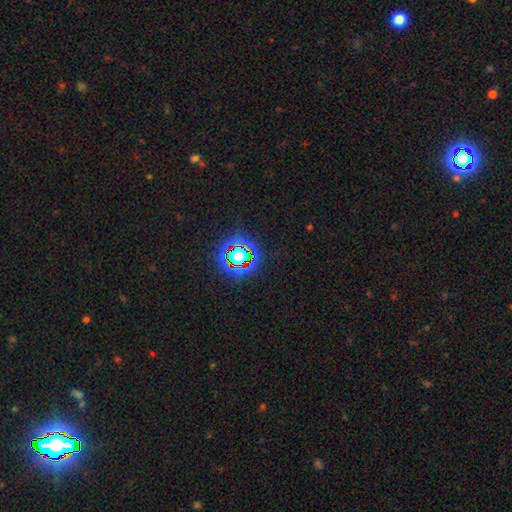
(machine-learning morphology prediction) Smooth or featured?
  - star or artifact: 76% *
  - smooth: 16%
  - featured or disk: 8%